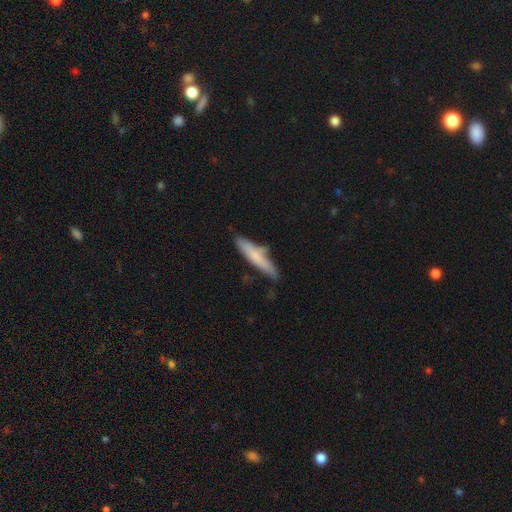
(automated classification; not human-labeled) This appears to be a smooth galaxy with no disk features (71%) that is cigar-shaped (85%). Merging: none (68%).